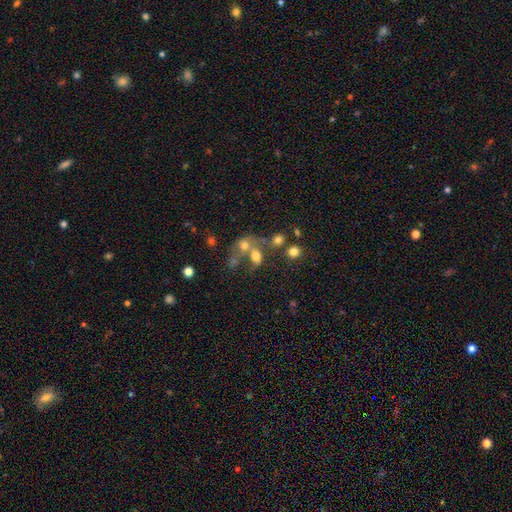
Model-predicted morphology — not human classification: A smooth galaxy with no disk features (63%) that is in between round and cigar-shaped (51%).

Vote fractions:
- Smooth or featured? smooth: 63% / featured or disk: 22% / star or artifact: 16%
- How rounded? in between: 51% / round: 48% / cigar-shaped: 2%
- Merging? merger: 55% / none: 24% / major disturbance: 12% / minor disturbance: 9%